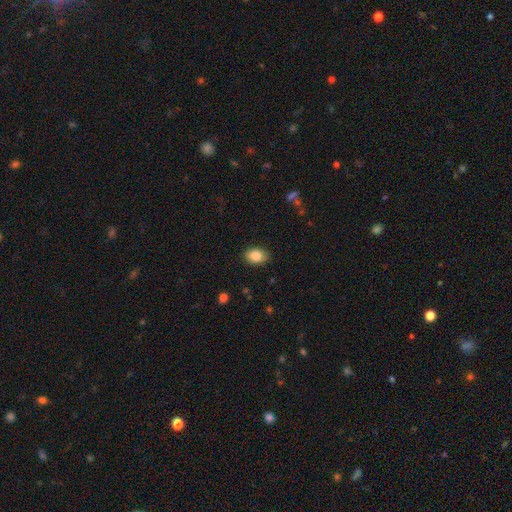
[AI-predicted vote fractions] A smooth galaxy with no disk features (85%) that is in between round and cigar-shaped (81%).

Vote fractions:
- Smooth or featured? smooth: 85% / star or artifact: 8% / featured or disk: 7%
- How rounded? in between: 81% / round: 18% / cigar-shaped: 1%
- Merging? none: 86% / minor disturbance: 10% / major disturbance: 2% / merger: 1%